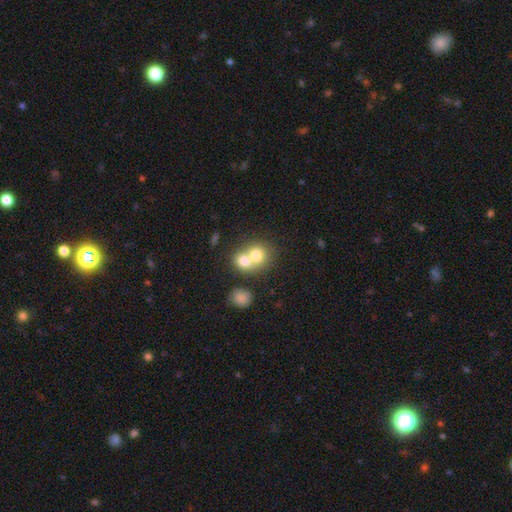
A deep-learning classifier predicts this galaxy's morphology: Smooth or featured?
  - smooth: 73% *
  - featured or disk: 17%
  - star or artifact: 10%
How rounded?
  - round: 74% *
  - in between: 26%
  - cigar-shaped: 1%
Merging?
  - merger: 67% *
  - none: 26%
  - minor disturbance: 5%
  - major disturbance: 3%